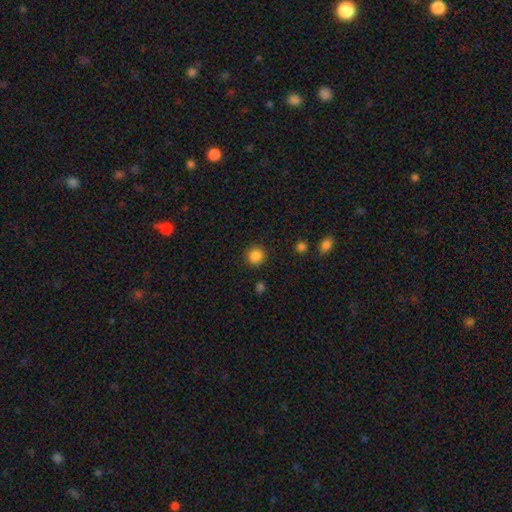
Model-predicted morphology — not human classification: smooth 86%, star or artifact 11%, featured or disk 3%. Down the decision tree: how rounded — round (92%); merging — none (90%).